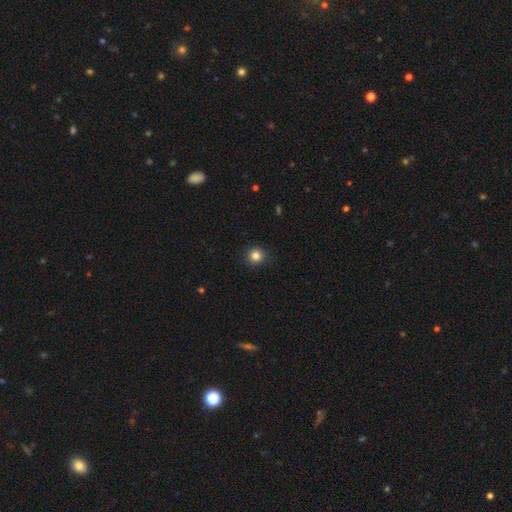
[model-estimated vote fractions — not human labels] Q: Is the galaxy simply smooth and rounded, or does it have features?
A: smooth — 83%.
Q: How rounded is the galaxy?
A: round — 92%.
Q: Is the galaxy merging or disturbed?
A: none — 91%.